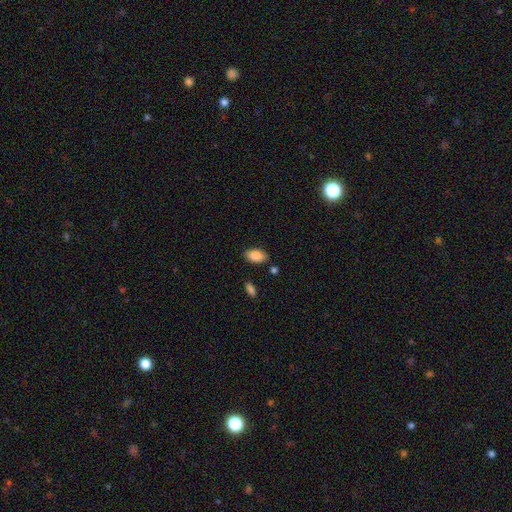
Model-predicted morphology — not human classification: Smooth or featured?
  - smooth: 88% *
  - star or artifact: 7%
  - featured or disk: 5%
How rounded?
  - in between: 92% *
  - round: 6%
  - cigar-shaped: 2%
Merging?
  - none: 83% *
  - minor disturbance: 11%
  - merger: 3%
  - major disturbance: 3%